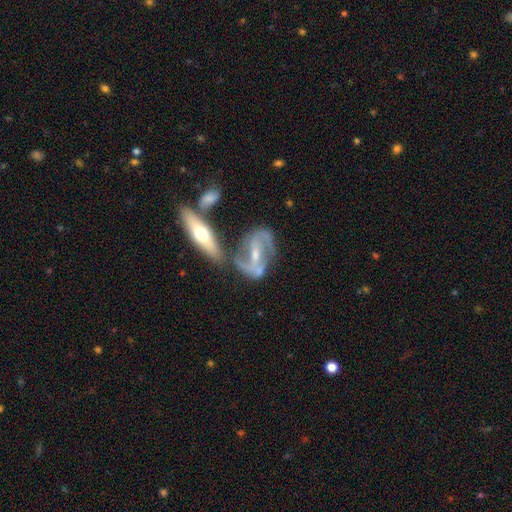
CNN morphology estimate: Q: Smooth or featured?
A: featured or disk (86%); runner-up: smooth (9%)
Q: Edge-on disk?
A: no (89%); runner-up: yes (11%)
Q: Bar?
A: strong (42%); runner-up: weak (37%)
Q: Spiral arms?
A: yes (92%); runner-up: no (8%)
Q: Spiral winding?
A: medium (48%); runner-up: loose (31%)
Q: Spiral arm count?
A: 2 (88%); runner-up: can't tell (6%)
Q: Bulge size?
A: small (47%); tied with: moderate (47%)
Q: Merging?
A: none (51%); runner-up: merger (23%)